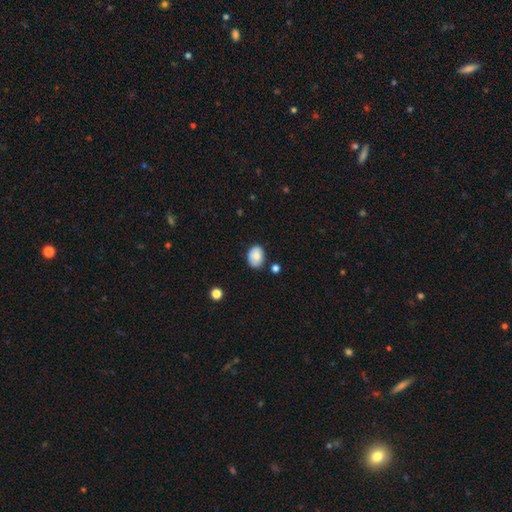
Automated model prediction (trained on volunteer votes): This appears to be a smooth galaxy with no disk features (77%) that is in between round and cigar-shaped (75%). Merging: none (75%).